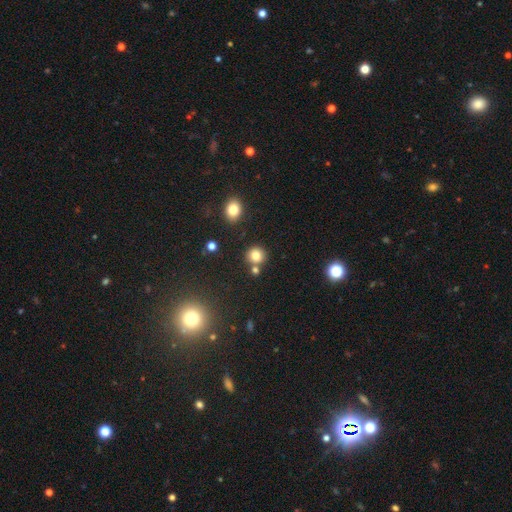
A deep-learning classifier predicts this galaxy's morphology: Overall: smooth (80%). How rounded: round (89%). Merging: none (74%).